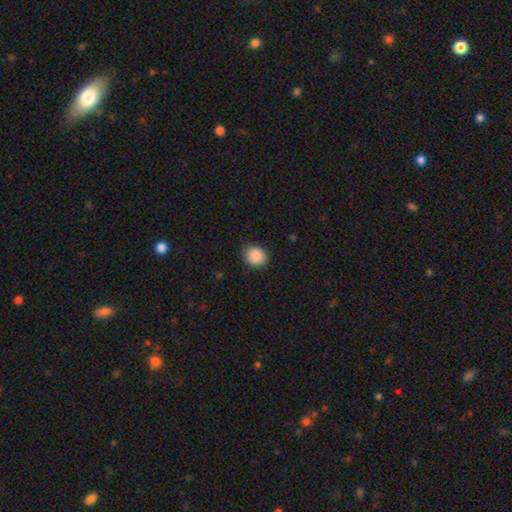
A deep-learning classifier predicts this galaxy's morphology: smooth-or-featured: smooth: 88% | star or artifact: 8% | featured or disk: 4%
  how-rounded: round: 69% | in between: 30% | cigar-shaped: 1%
  merging: none: 86% | minor disturbance: 10% | major disturbance: 2% | merger: 1%